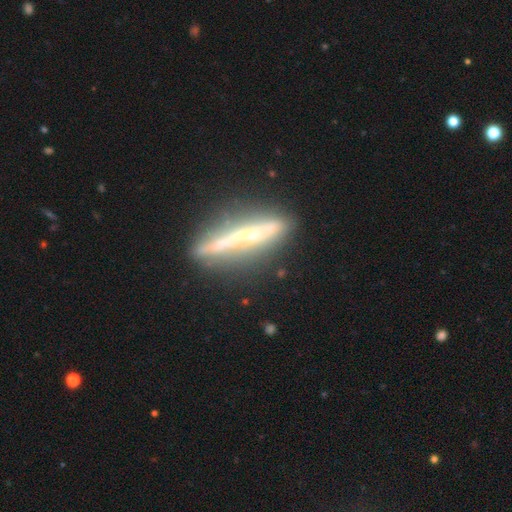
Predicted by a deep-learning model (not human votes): This appears to be a featured or disk galaxy (73%) viewed edge-on (91%) with no central bulge (54%). Merging: none (82%).